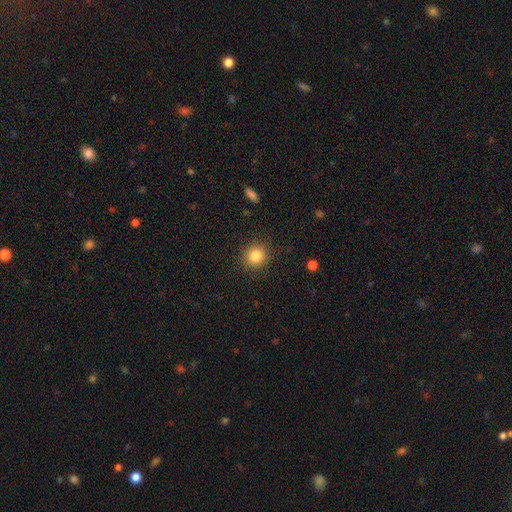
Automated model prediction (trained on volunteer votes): Smooth or featured?
  - smooth: 83% *
  - star or artifact: 11%
  - featured or disk: 6%
How rounded?
  - round: 88% *
  - in between: 11%
  - cigar-shaped: 1%
Merging?
  - none: 90% *
  - minor disturbance: 7%
  - major disturbance: 2%
  - merger: 1%